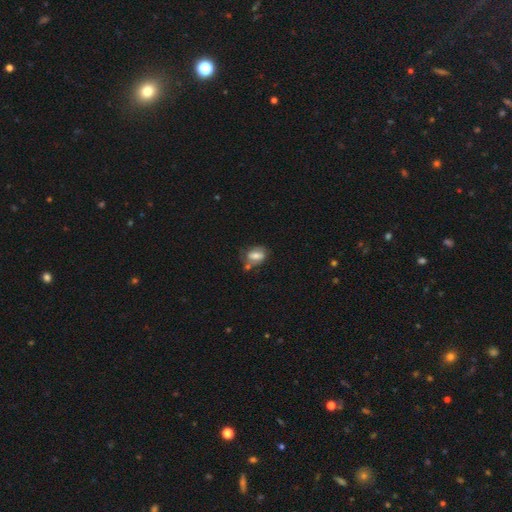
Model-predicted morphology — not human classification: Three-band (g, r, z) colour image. It shows a smooth galaxy with no disk features (61%) that is in between round and cigar-shaped (78%). Merging: none (49%).